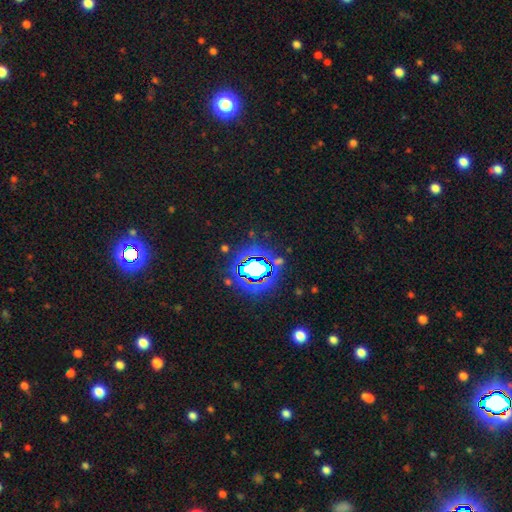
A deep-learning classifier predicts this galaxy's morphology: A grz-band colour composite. It shows a star or artifact, not a galaxy (76%).